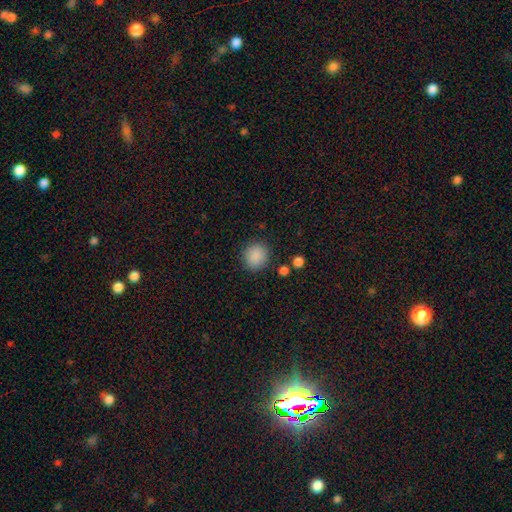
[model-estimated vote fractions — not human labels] This is clearly a smooth galaxy (88%). How rounded: clearly round (87%). Merging: clearly none (87%).